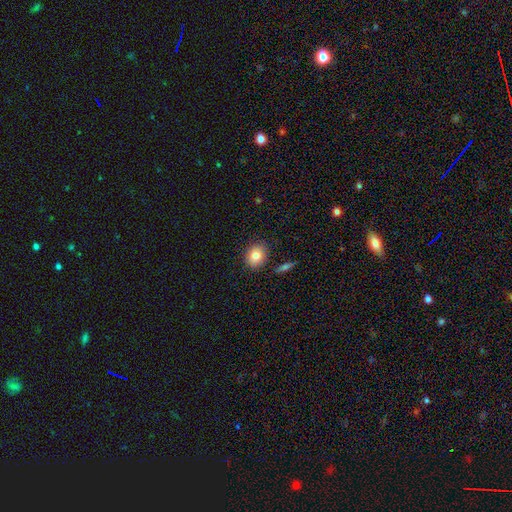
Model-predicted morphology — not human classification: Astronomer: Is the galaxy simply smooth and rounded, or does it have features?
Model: smooth — 82%.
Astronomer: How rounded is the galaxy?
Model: round — 52% (runner-up: in between, 46%).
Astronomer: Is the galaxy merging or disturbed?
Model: none — 85%.